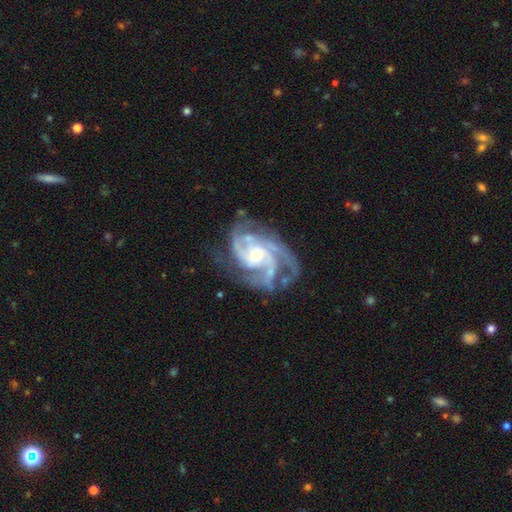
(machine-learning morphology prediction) Smooth or featured? Predicted: featured or disk (p=0.93). Edge-on disk? Predicted: no (p=0.98). Bar? Predicted: no (p=0.57). Spiral arms? Predicted: yes (p=0.98). Spiral winding? Predicted: tight (p=0.48). Spiral arm count? Predicted: 3 (p=0.46). Bulge size? Predicted: moderate (p=0.48). Merging? Predicted: none (p=0.63).